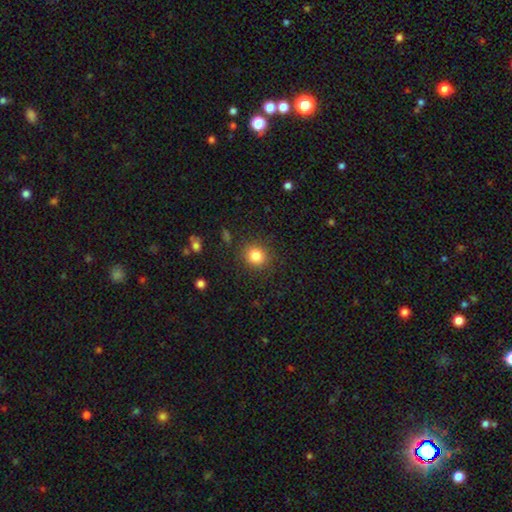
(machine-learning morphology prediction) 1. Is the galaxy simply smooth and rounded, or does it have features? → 83% smooth, 11% star or artifact, 6% featured or disk.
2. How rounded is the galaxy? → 85% round, 14% in between, 1% cigar-shaped.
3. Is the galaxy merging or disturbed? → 88% none, 8% minor disturbance, 3% major disturbance, 1% merger.